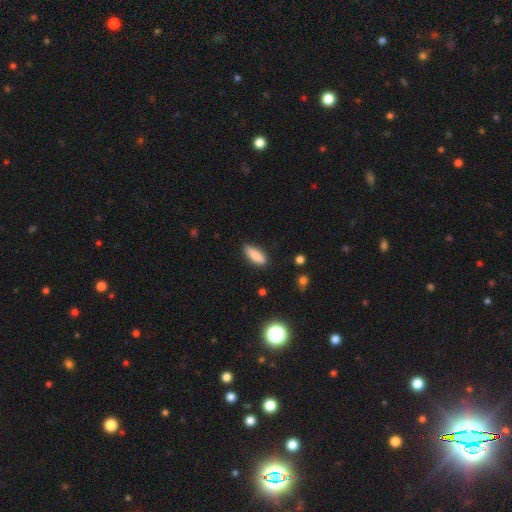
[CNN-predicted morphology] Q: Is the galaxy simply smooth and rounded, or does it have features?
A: smooth — 85%.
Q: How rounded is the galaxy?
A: in between — 57%.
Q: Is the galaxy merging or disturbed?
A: none — 83%.